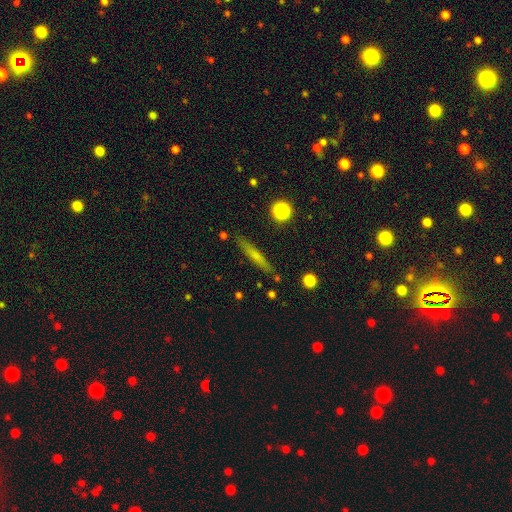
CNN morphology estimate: A smooth galaxy with no disk features (58%) that is cigar-shaped (92%). Merging: none (86%).